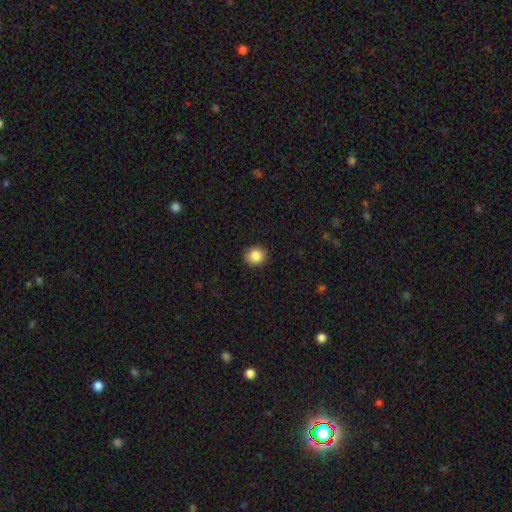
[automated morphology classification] smooth-or-featured: smooth: 86% | star or artifact: 9% | featured or disk: 5%
  how-rounded: round: 85% | in between: 14% | cigar-shaped: 1%
  merging: none: 91% | minor disturbance: 6% | major disturbance: 2% | merger: 1%